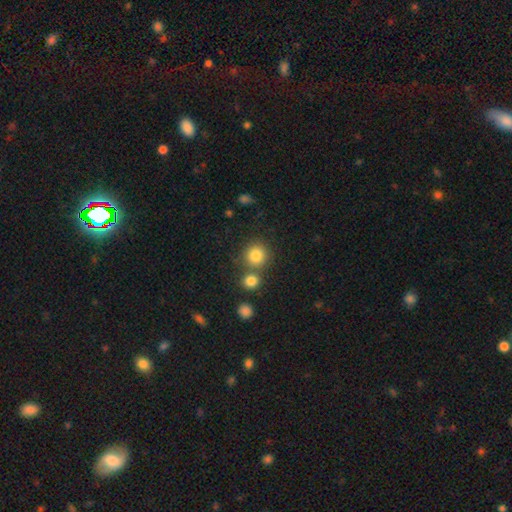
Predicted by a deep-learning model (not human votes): Smooth or featured: smooth — 82% (star or artifact — 11%)
How rounded: round — 91% (in between — 8%)
Merging: none — 68% (merger — 21%)